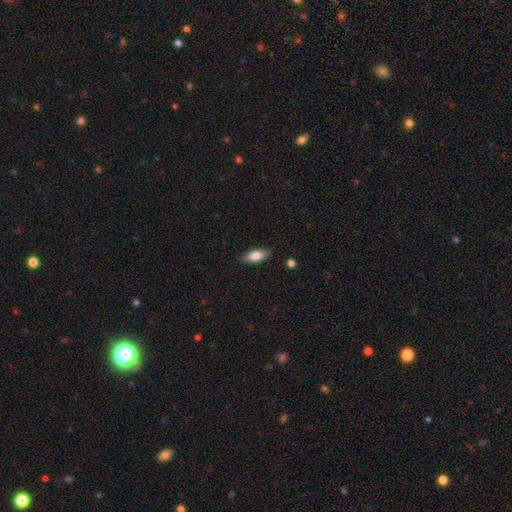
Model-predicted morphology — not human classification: smooth 81%, featured or disk 13%, star or artifact 7%. Down the decision tree: how rounded — in between (83%); merging — none (87%).